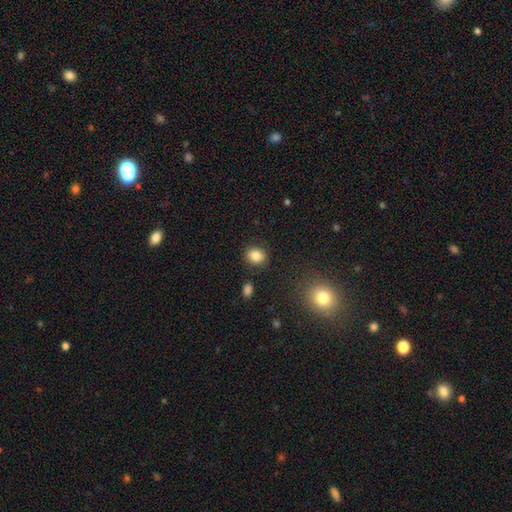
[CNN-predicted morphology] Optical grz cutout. It shows a smooth galaxy with no disk features (84%) that is round (70%). Merging: none (86%).